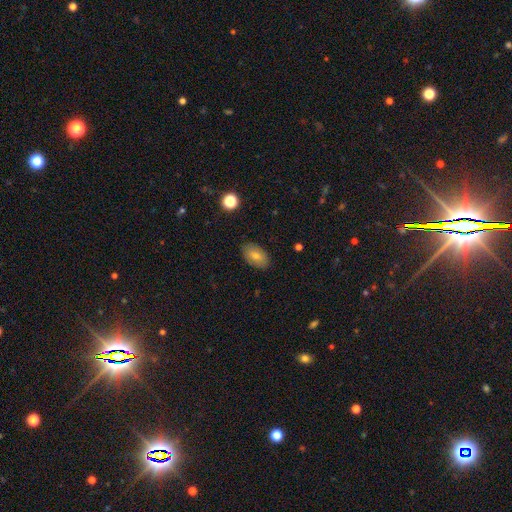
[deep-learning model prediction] A smooth galaxy with no disk features (68%) that is in between round and cigar-shaped (91%).

Vote fractions:
- Smooth or featured? smooth: 68% / featured or disk: 22% / star or artifact: 10%
- How rounded? in between: 91% / round: 7% / cigar-shaped: 2%
- Merging? none: 85% / minor disturbance: 11% / major disturbance: 2% / merger: 1%